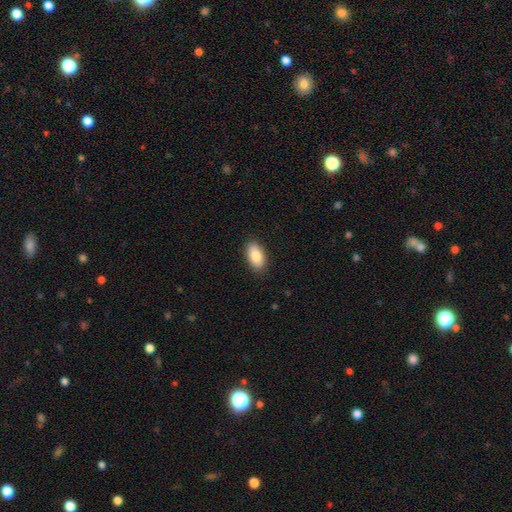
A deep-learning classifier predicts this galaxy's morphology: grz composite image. It shows a smooth galaxy with no disk features (87%) that is in between round and cigar-shaped (92%). Merging: none (88%).